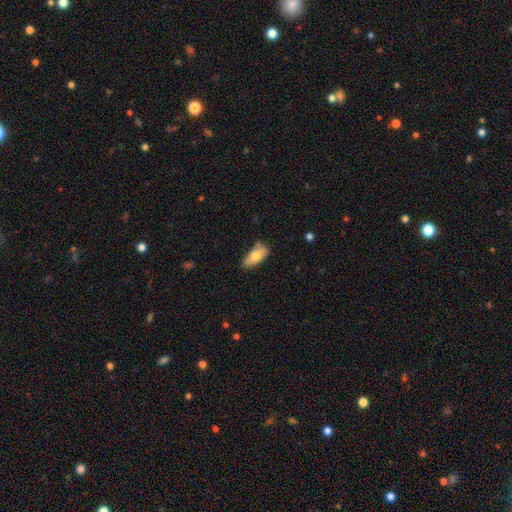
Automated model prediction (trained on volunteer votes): A smooth galaxy with no disk features (75%) that is in between round and cigar-shaped (84%).

Vote fractions:
- Smooth or featured? smooth: 75% / featured or disk: 18% / star or artifact: 7%
- How rounded? in between: 84% / cigar-shaped: 13% / round: 3%
- Merging? none: 64% / minor disturbance: 26% / merger: 5% / major disturbance: 5%